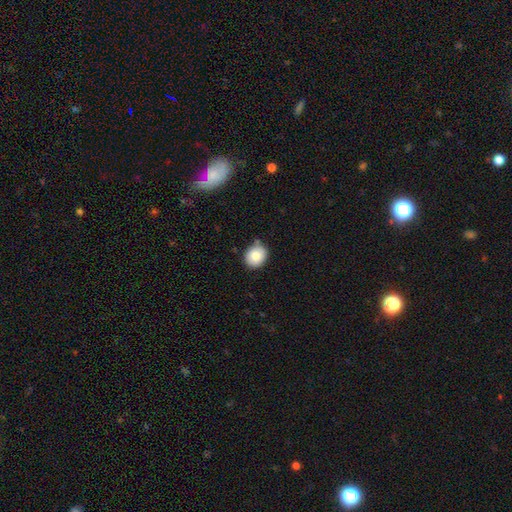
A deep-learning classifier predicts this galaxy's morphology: The model was most divided on "how rounded": round: 68%, in between: 31%, cigar-shaped: 1%. More confident: smooth or featured — smooth (82%); merging — none (80%).